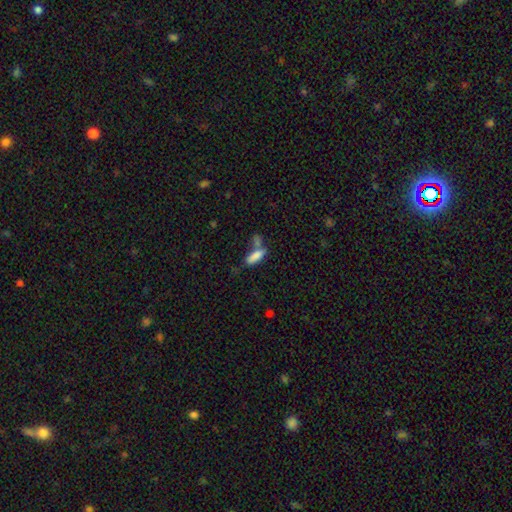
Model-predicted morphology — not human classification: This is likely a smooth galaxy (79%). How rounded: possibly in between (57%). Merging: marginally none (40%).